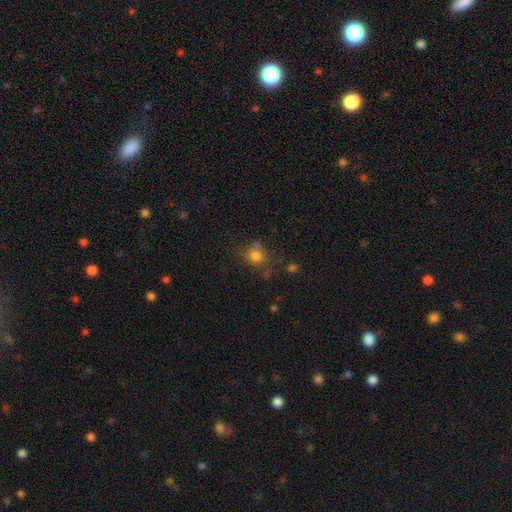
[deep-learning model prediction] Smooth or featured? smooth (76%)
How rounded? round (74%)
Merging? none (60%)